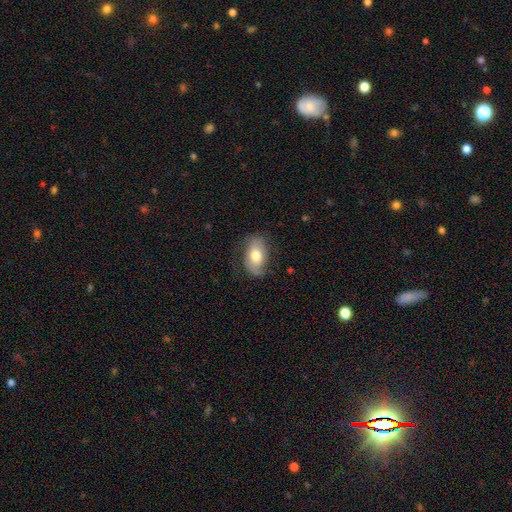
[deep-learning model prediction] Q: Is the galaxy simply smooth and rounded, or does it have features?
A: smooth — 65%.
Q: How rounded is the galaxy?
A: in between — 90%.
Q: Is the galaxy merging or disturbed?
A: none — 71%.